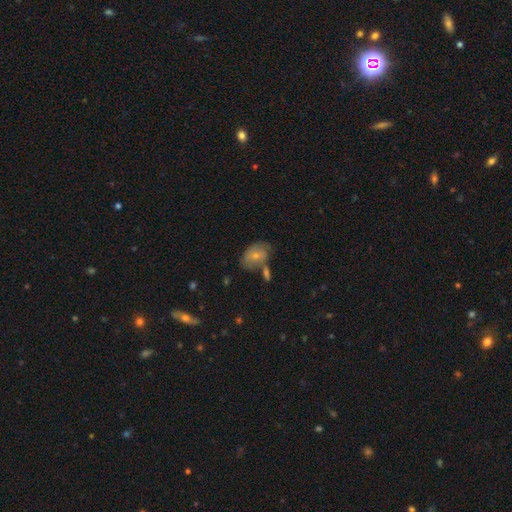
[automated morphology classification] The model was most divided on "merging": none: 46%, minor disturbance: 24%, merger: 21%, major disturbance: 9%. More confident: how rounded — in between (79%); smooth or featured — smooth (64%).